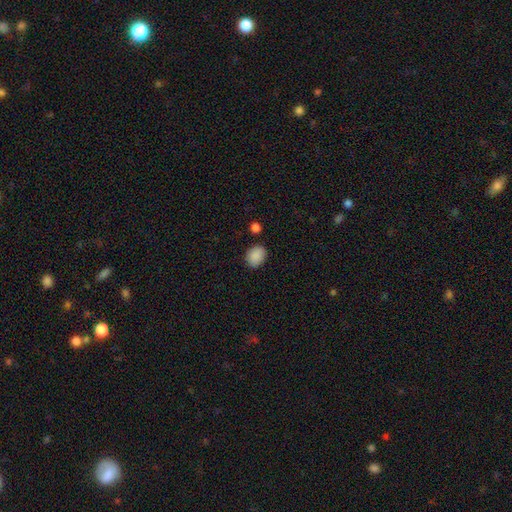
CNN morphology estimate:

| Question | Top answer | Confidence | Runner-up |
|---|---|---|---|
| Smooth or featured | smooth | 89% | star or artifact (8%) |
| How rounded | in between | 67% | round (32%) |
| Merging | none | 82% | minor disturbance (12%) |